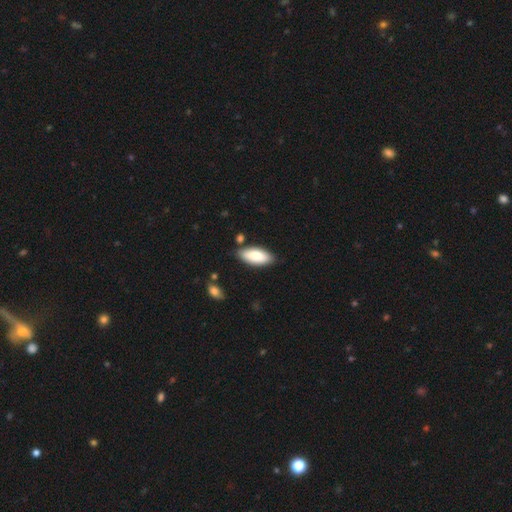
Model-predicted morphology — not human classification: smooth_or_featured: smooth (p=0.81) [alt: featured or disk p=0.13]
how_rounded: in between (p=0.83) [alt: cigar-shaped p=0.15]
merging: none (p=0.82) [alt: minor disturbance p=0.12]